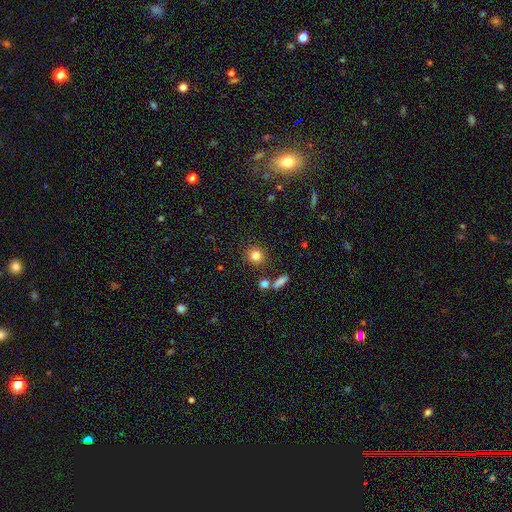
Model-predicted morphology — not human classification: Smooth or featured? smooth (82%)
How rounded? round (86%)
Merging? none (83%)